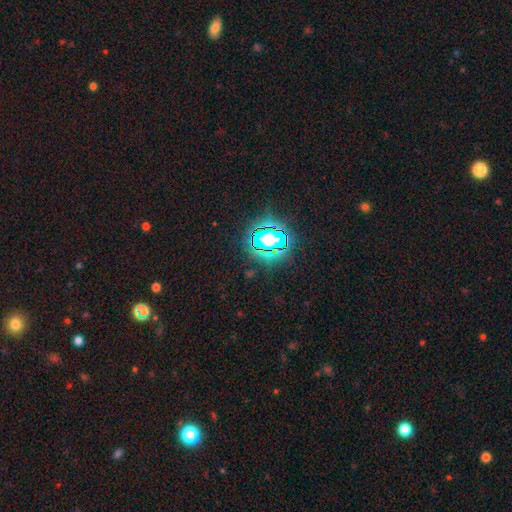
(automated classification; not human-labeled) Overall: star or artifact (82%).